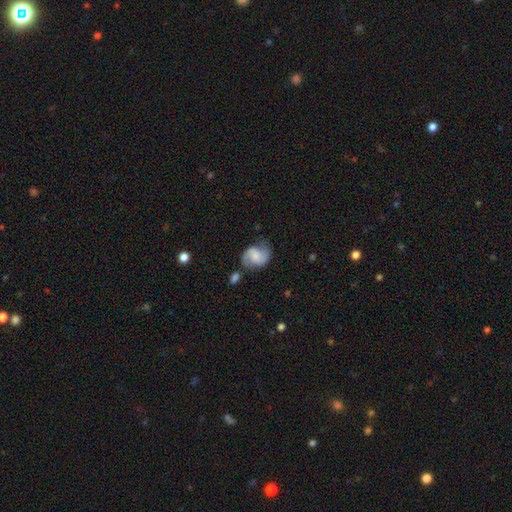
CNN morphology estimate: A featured or disk galaxy (72%) with no bar (49%), 2 (90%) medium (49%) spiral arms (95%) and a small central bulge (32%). Merging: none (66%).